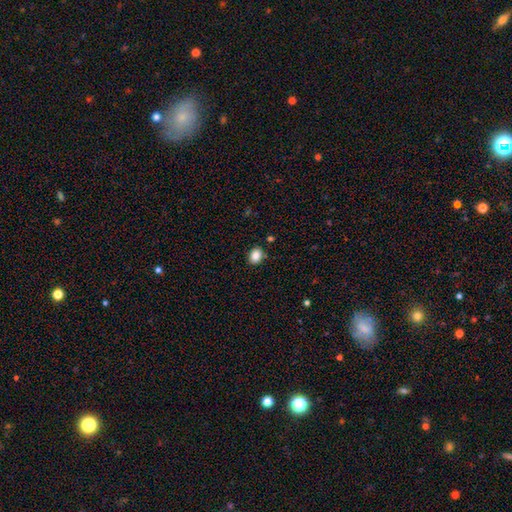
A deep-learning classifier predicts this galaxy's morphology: Q: Smooth or featured?
A: smooth (86%); runner-up: star or artifact (9%)
Q: How rounded?
A: in between (55%); runner-up: round (44%)
Q: Merging?
A: none (87%); runner-up: minor disturbance (9%)